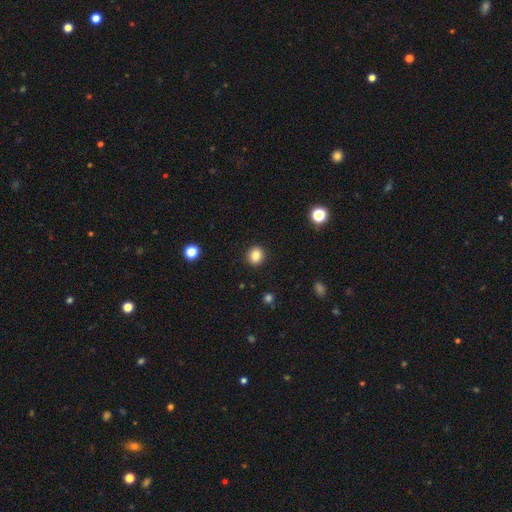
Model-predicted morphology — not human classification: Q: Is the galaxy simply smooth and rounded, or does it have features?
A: smooth — 86%.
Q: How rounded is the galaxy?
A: round — 79%.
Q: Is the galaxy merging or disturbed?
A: none — 91%.